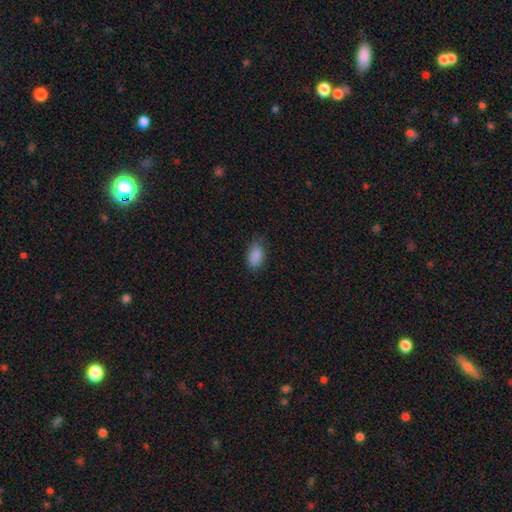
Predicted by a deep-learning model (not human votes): This appears to be a smooth galaxy with no disk features (88%) that is in between round and cigar-shaped (92%). Merging: none (74%).